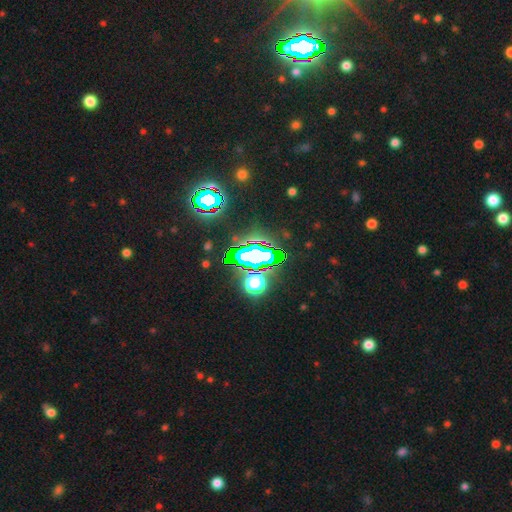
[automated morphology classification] Smooth or featured? star or artifact (70%)